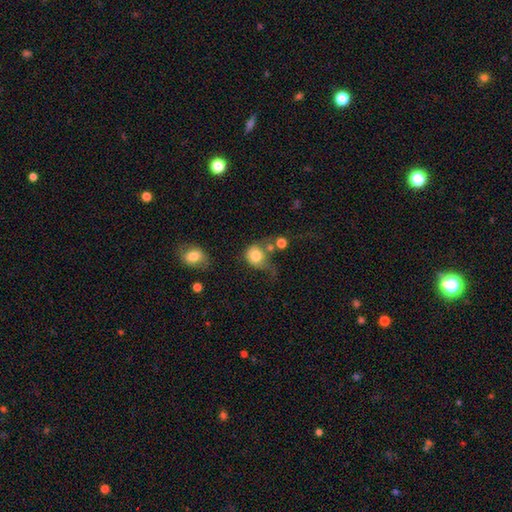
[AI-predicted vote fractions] smooth 80%, featured or disk 11%, star or artifact 9%. Down the decision tree: how rounded — round (76%); merging — none (32%).